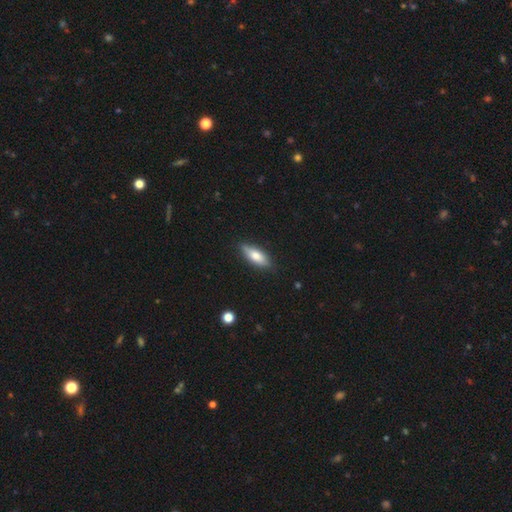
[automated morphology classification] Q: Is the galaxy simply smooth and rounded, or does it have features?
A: smooth — 70%.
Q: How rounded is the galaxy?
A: in between — 66%.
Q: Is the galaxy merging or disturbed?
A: none — 84%.